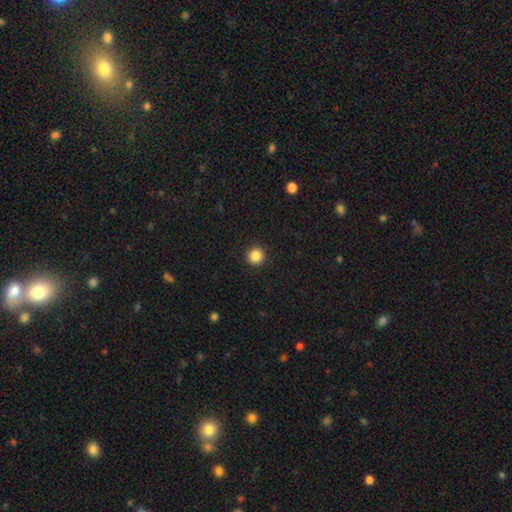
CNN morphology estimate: Overall: smooth (86%). How rounded: round (94%). Merging: none (93%).